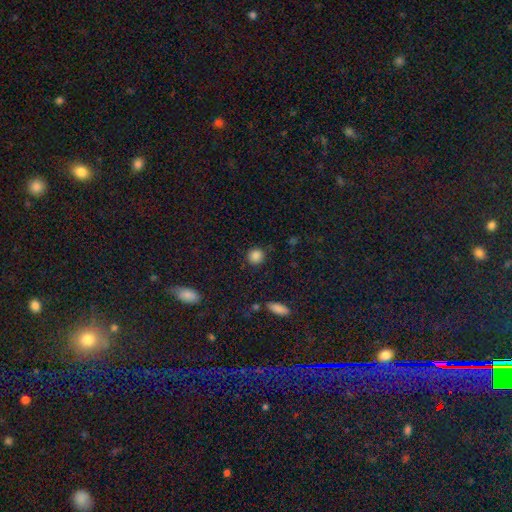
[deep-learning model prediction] Smooth or featured: smooth — 86% (star or artifact — 11%)
How rounded: round — 89% (in between — 10%)
Merging: none — 88% (minor disturbance — 8%)